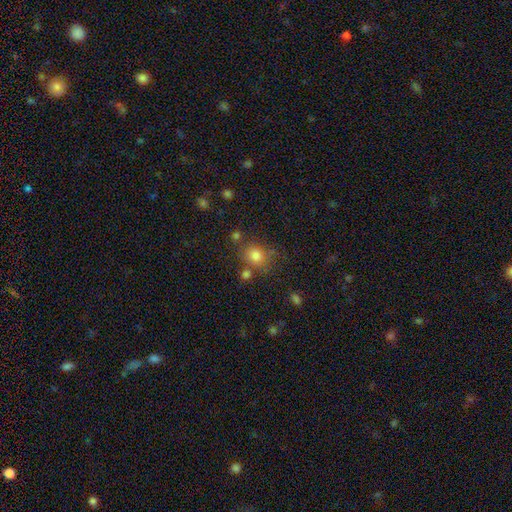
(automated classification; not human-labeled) smooth_or_featured: smooth (p=0.79) [alt: star or artifact p=0.14]
how_rounded: round (p=0.78) [alt: in between p=0.21]
merging: none (p=0.68) [alt: minor disturbance p=0.14]